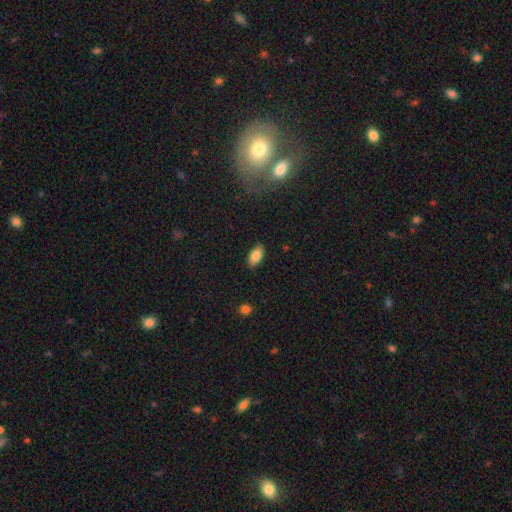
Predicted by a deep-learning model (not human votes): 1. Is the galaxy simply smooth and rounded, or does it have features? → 84% smooth, 9% featured or disk, 8% star or artifact.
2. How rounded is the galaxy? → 92% in between, 5% cigar-shaped, 3% round.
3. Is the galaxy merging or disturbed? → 88% none, 9% minor disturbance, 2% major disturbance, 1% merger.